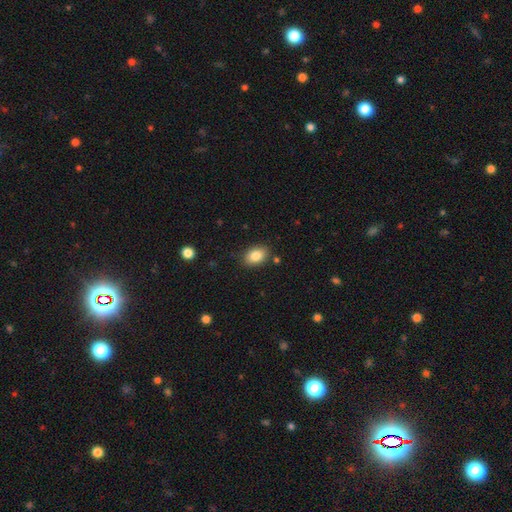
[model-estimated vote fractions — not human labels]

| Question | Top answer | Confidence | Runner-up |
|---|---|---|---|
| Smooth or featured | smooth | 84% | star or artifact (8%) |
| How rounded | in between | 85% | round (14%) |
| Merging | none | 85% | minor disturbance (10%) |